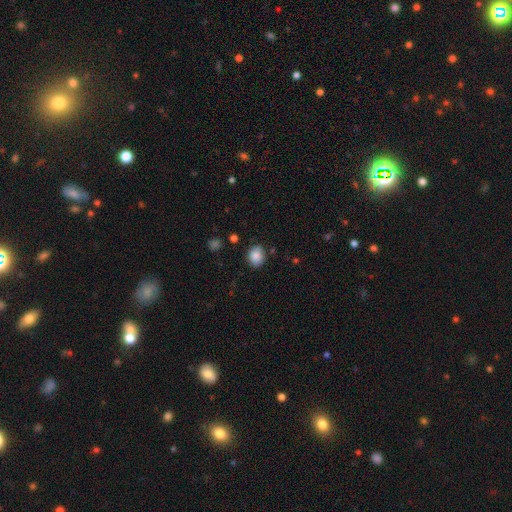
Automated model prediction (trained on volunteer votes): Morphology: type=smooth (85%); roundness=round (60%); merging=none (82%).